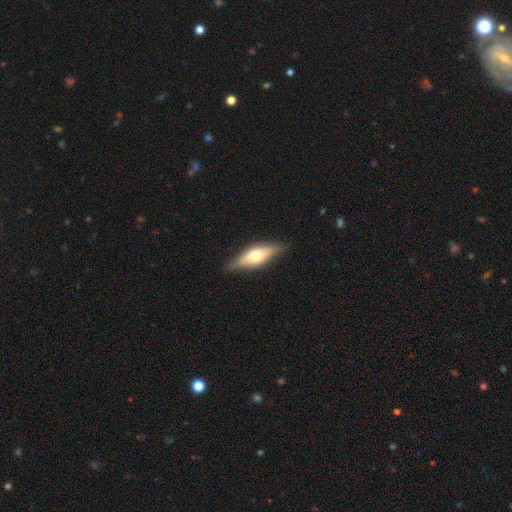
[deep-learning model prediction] Morphology: type=smooth (47%, tied with featured or disk); merging=none (83%).